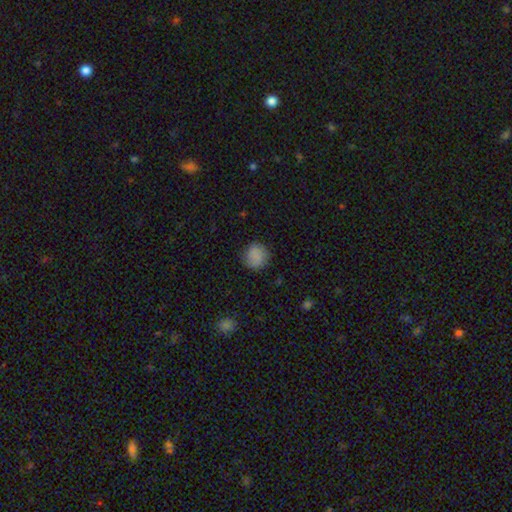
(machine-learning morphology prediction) A smooth galaxy with no disk features (84%) that is round (90%). Merging: none (84%).